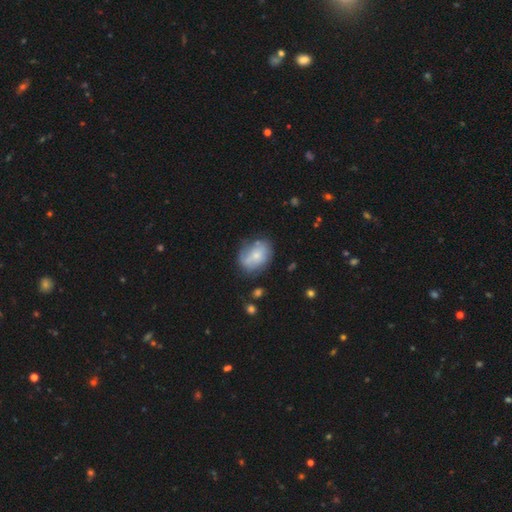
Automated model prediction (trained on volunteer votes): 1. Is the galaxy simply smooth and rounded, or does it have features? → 59% smooth, 33% featured or disk, 8% star or artifact.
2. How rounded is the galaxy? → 65% in between, 34% round, 1% cigar-shaped.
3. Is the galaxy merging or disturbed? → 57% none, 27% minor disturbance, 10% major disturbance, 5% merger.